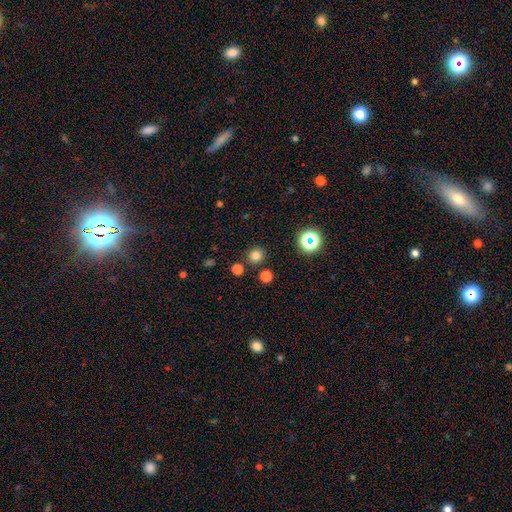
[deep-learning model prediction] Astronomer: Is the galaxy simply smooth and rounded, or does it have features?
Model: smooth — 76%.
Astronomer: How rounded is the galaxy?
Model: round — 92%.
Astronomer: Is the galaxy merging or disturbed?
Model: none — 85%.